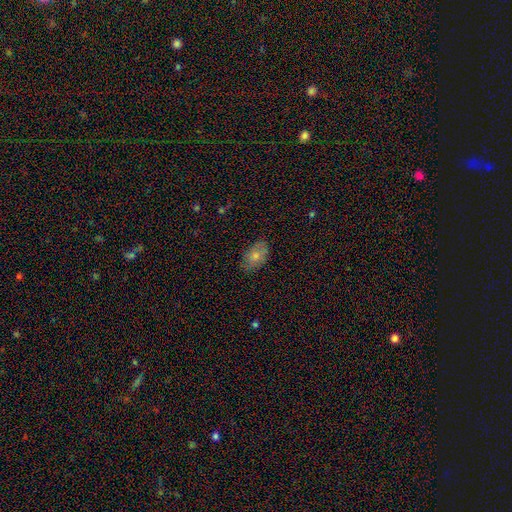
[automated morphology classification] Smooth or featured? Predicted: smooth (p=0.73). How rounded? Predicted: in between (p=0.90). Merging? Predicted: none (p=0.79).